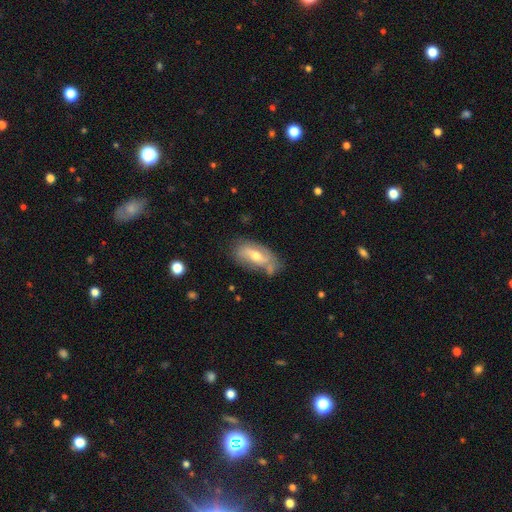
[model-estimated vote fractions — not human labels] smooth_or_featured: featured or disk (p=0.52) [alt: smooth p=0.41]
disk_edge_on: no (p=0.82) [alt: yes p=0.18]
merging: none (p=0.55) [alt: minor disturbance p=0.27]